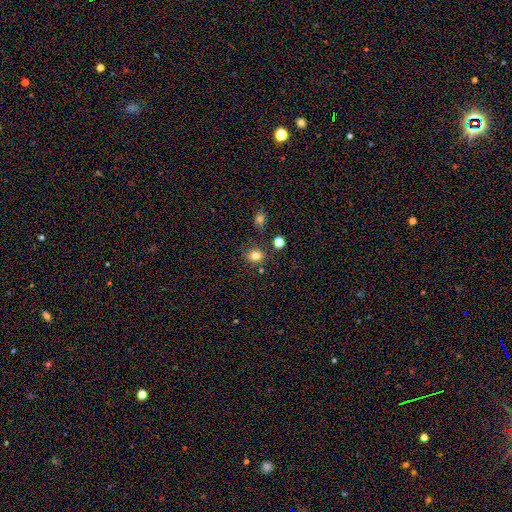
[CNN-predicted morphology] Smooth or featured?
  - smooth: 79% *
  - star or artifact: 14%
  - featured or disk: 8%
How rounded?
  - round: 60% *
  - in between: 39%
  - cigar-shaped: 1%
Merging?
  - none: 77% *
  - minor disturbance: 12%
  - merger: 7%
  - major disturbance: 4%